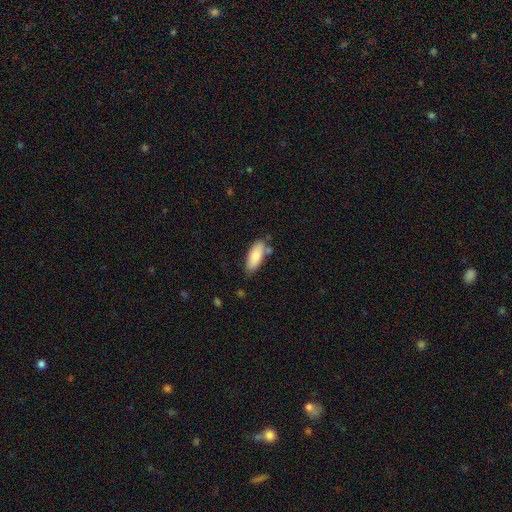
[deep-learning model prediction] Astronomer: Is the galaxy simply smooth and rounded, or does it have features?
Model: smooth — 85%.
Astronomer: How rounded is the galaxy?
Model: in between — 81%.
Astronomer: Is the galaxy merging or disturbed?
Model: none — 68%.